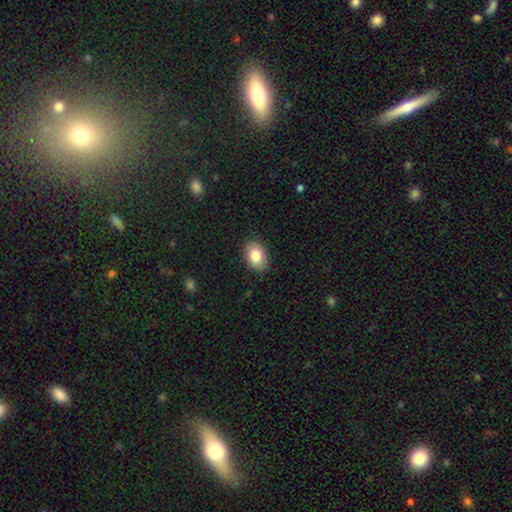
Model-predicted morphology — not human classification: smooth-or-featured: smooth: 83% | featured or disk: 9% | star or artifact: 7%
  how-rounded: in between: 83% | round: 15% | cigar-shaped: 1%
  merging: none: 86% | minor disturbance: 10% | major disturbance: 2% | merger: 1%